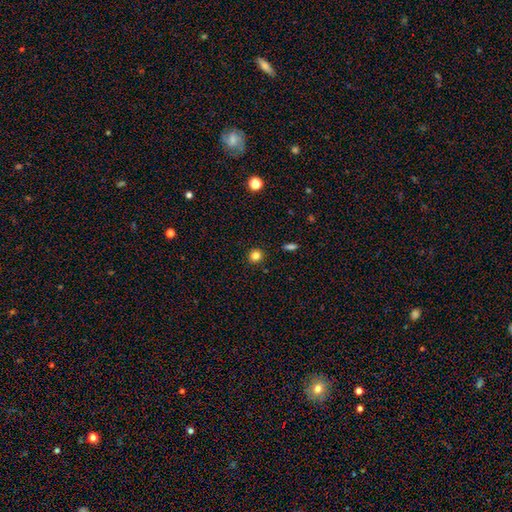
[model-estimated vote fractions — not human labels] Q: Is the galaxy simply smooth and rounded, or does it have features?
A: smooth — 83%.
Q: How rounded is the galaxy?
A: round — 89%.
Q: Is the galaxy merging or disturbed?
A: none — 92%.